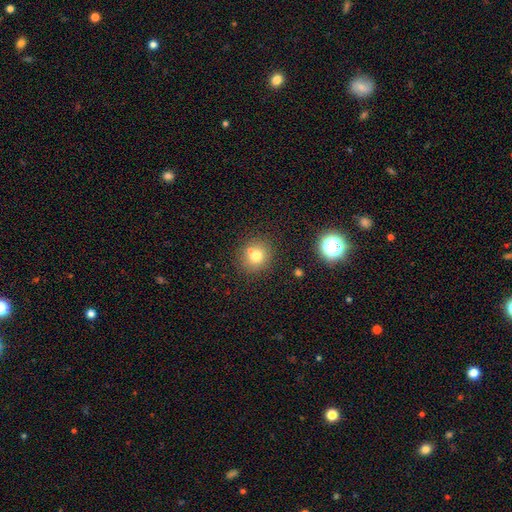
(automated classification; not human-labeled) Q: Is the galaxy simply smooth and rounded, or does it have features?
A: smooth — 73%.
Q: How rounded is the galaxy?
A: round — 85%.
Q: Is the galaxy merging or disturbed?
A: none — 64%.